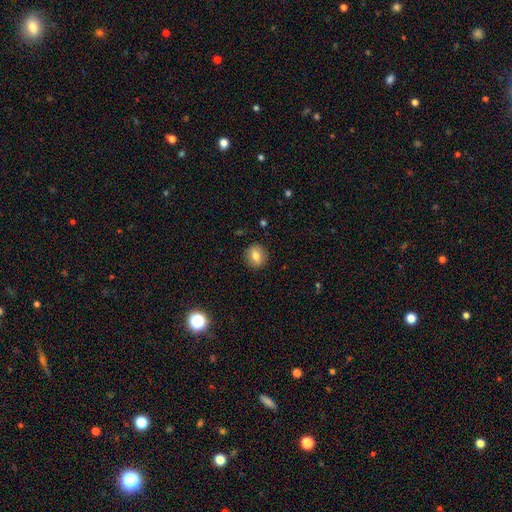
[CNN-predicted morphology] A smooth galaxy with no disk features (75%) that is round (76%).

Vote fractions:
- Smooth or featured? smooth: 75% / featured or disk: 15% / star or artifact: 10%
- How rounded? round: 76% / in between: 22% / cigar-shaped: 1%
- Merging? none: 89% / minor disturbance: 8% / major disturbance: 2% / merger: 1%